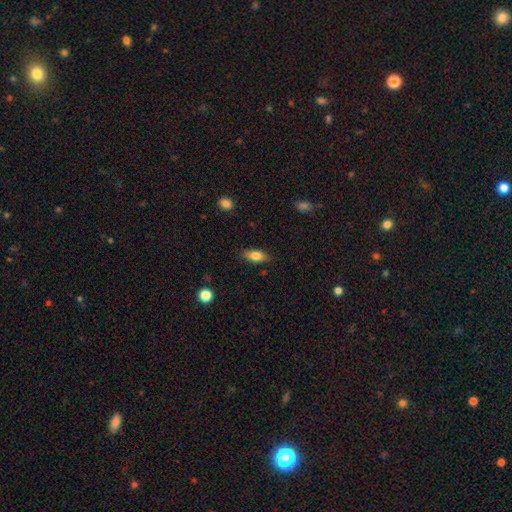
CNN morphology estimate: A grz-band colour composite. It shows a smooth galaxy with no disk features (79%) that is in between round and cigar-shaped (82%). Merging: none (85%).